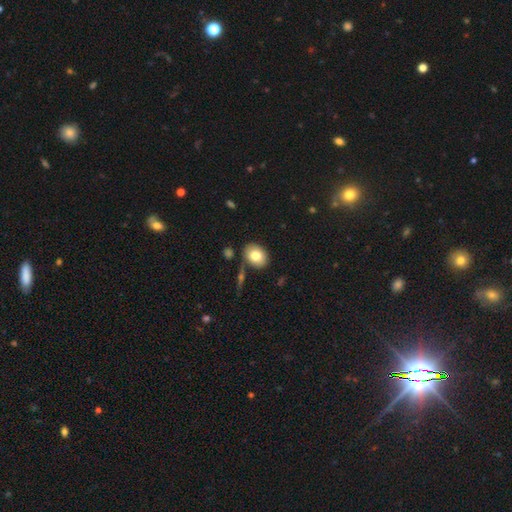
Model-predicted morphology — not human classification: A smooth galaxy with no disk features (80%) that is in between round and cigar-shaped (68%). Merging: none (78%).